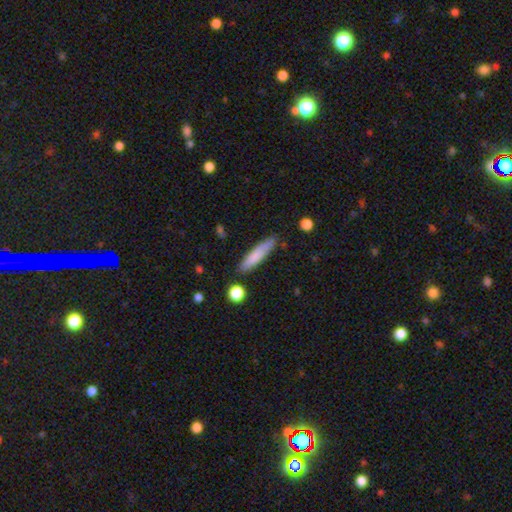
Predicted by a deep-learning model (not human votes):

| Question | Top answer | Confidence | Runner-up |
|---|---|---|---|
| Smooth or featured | smooth | 78% | featured or disk (16%) |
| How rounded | cigar-shaped | 85% | in between (13%) |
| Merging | none | 81% | minor disturbance (13%) |